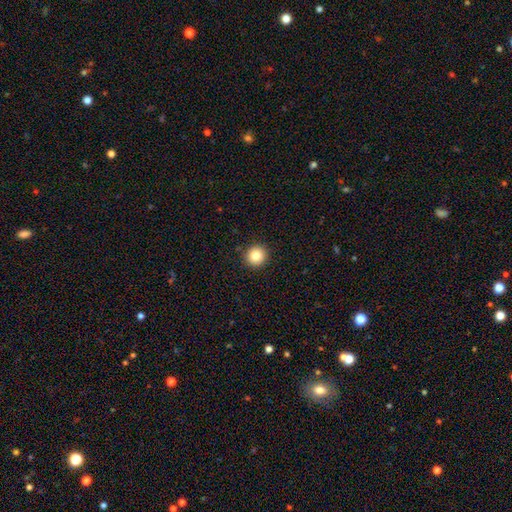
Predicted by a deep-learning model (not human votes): Smooth or featured?
  - smooth: 83% *
  - star or artifact: 10%
  - featured or disk: 6%
How rounded?
  - round: 95% *
  - in between: 4%
  - cigar-shaped: 1%
Merging?
  - none: 92% *
  - minor disturbance: 5%
  - major disturbance: 2%
  - merger: 1%